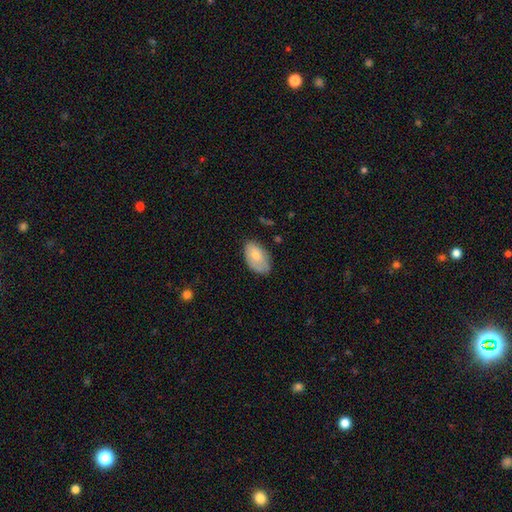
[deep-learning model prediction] smooth 71%, featured or disk 23%, star or artifact 6%. Down the decision tree: how rounded — in between (93%); merging — none (68%).